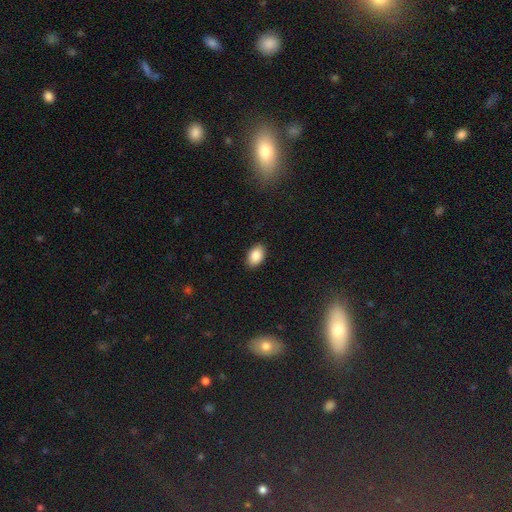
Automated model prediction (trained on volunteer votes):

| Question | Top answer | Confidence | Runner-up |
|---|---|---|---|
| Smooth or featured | smooth | 87% | star or artifact (7%) |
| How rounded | in between | 90% | round (9%) |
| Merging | none | 89% | minor disturbance (8%) |